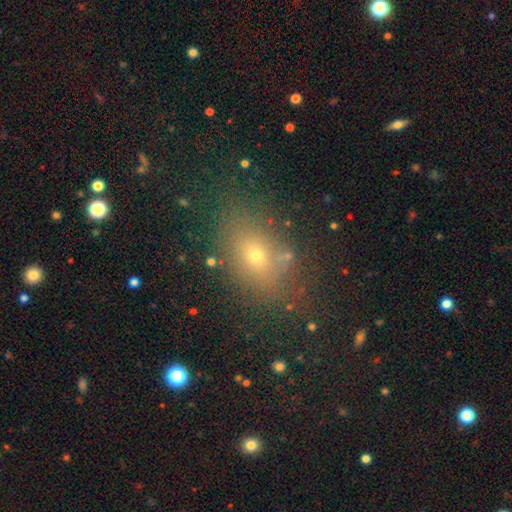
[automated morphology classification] This appears to be a smooth galaxy with no disk features (64%) that is in between round and cigar-shaped (69%). Merging: none (75%).